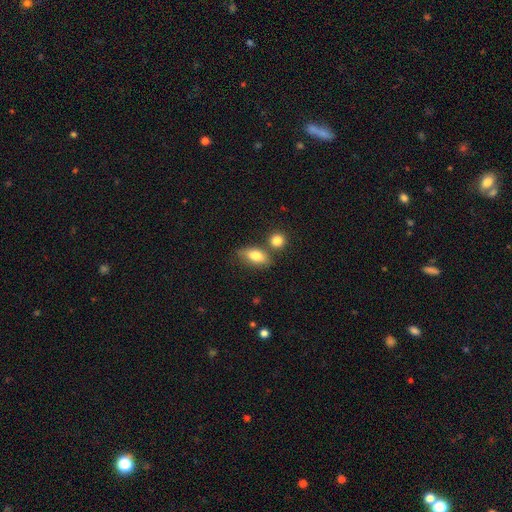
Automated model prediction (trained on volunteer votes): smooth 79%, featured or disk 13%, star or artifact 8%. Down the decision tree: how rounded — in between (83%); merging — none (62%).